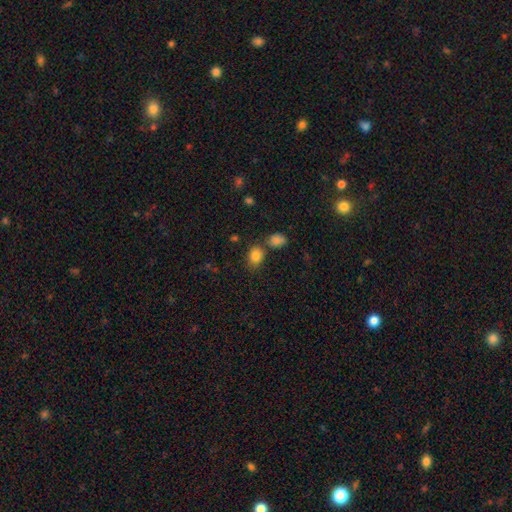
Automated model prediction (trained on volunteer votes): smooth-or-featured: smooth: 84% | star or artifact: 10% | featured or disk: 6%
  how-rounded: in between: 61% | round: 38% | cigar-shaped: 1%
  merging: none: 65% | merger: 18% | minor disturbance: 14% | major disturbance: 4%